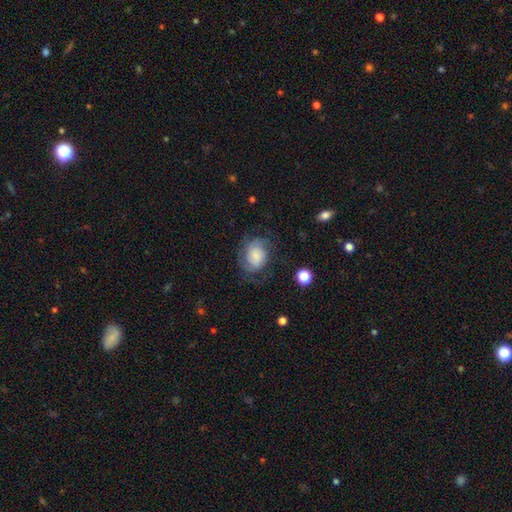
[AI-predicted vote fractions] Smooth or featured? smooth (54%)
How rounded? in between (53%)
Merging? none (54%)